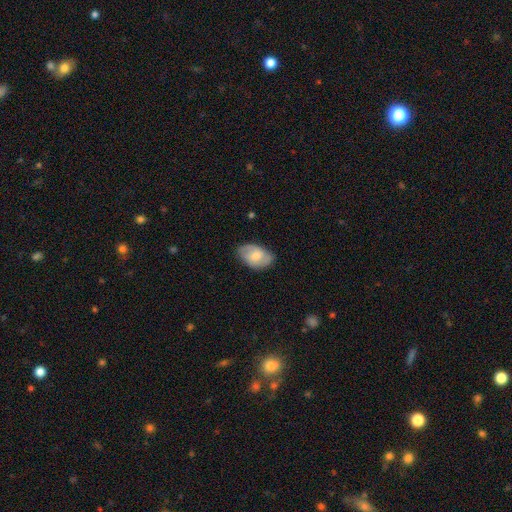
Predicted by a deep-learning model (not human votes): Smooth or featured? Predicted: smooth (p=0.64). How rounded? Predicted: in between (p=0.90). Merging? Predicted: none (p=0.76).